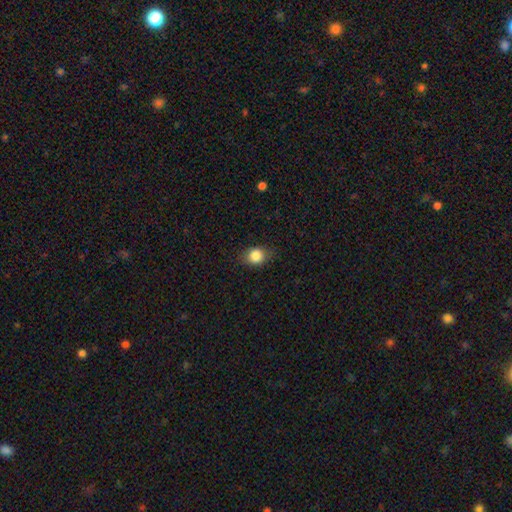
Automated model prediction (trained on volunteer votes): Smooth or featured? smooth (83%)
How rounded? round (54%)
Merging? none (80%)